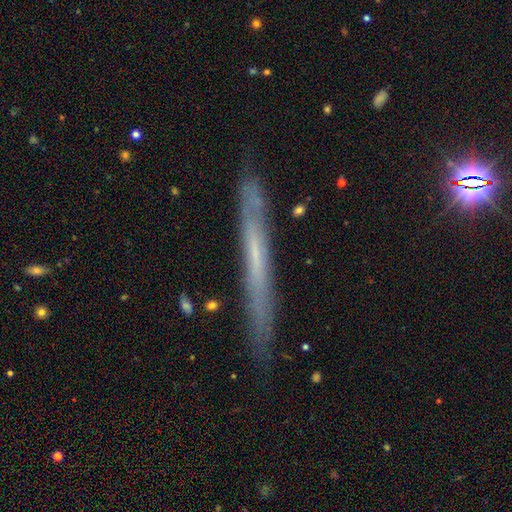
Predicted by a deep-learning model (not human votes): smooth-or-featured: featured or disk: 55% | smooth: 35% | star or artifact: 10%
  disk-edge-on: yes: 90% | no: 10%
  merging: none: 85% | minor disturbance: 12% | major disturbance: 2% | merger: 2%